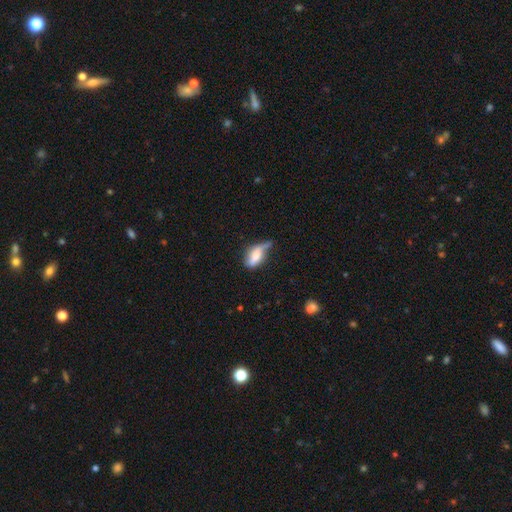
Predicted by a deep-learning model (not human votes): smooth 57%, featured or disk 35%, star or artifact 9%. Down the decision tree: how rounded — in between (75%); merging — minor disturbance (37%).